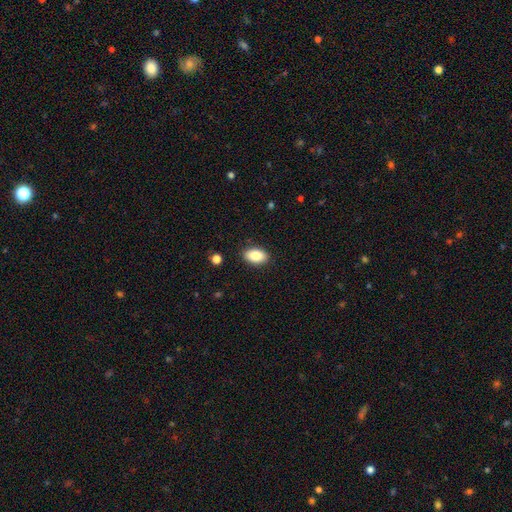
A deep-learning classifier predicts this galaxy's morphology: smooth_or_featured: smooth (p=0.85) [alt: star or artifact p=0.07]
how_rounded: in between (p=0.91) [alt: round p=0.07]
merging: none (p=0.88) [alt: minor disturbance p=0.08]